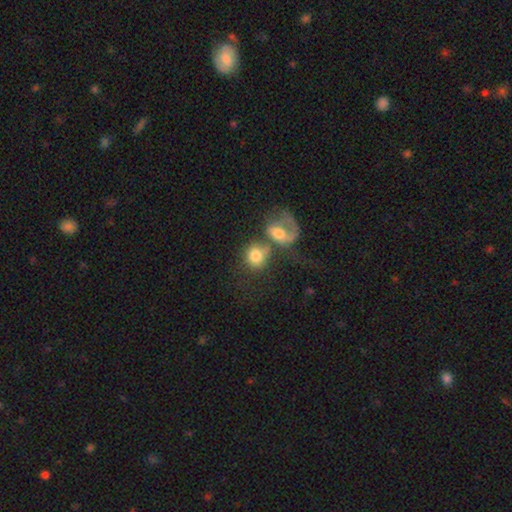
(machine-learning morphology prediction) Smooth or featured: smooth — 72% (featured or disk — 19%)
How rounded: round — 71% (in between — 28%)
Merging: merger — 50% (none — 27%)